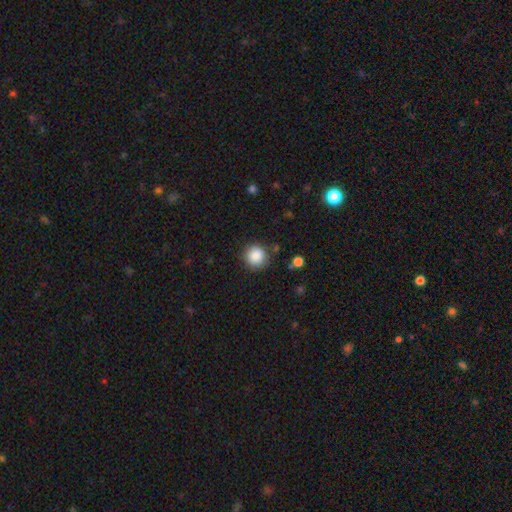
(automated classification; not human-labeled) Morphology: type=smooth (87%); roundness=round (93%); merging=none (87%).